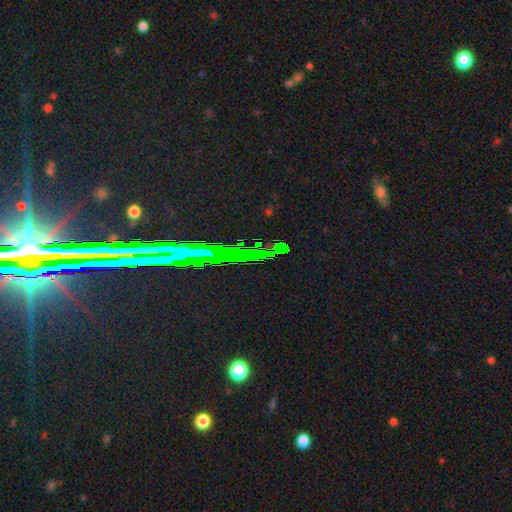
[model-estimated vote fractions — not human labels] Smooth or featured? star or artifact (72%)